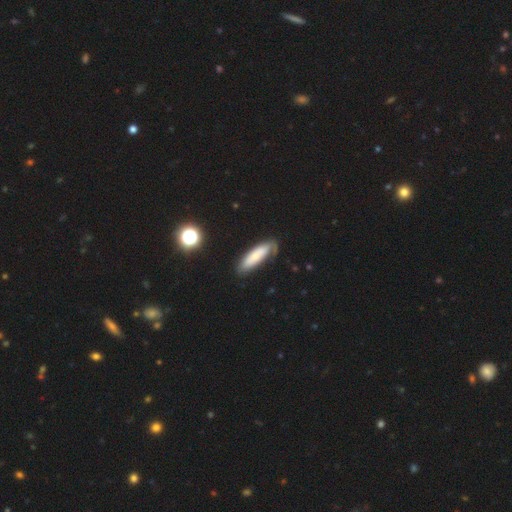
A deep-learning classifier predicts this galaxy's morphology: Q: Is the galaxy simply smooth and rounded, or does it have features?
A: smooth — 65%.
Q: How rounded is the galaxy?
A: cigar-shaped — 54%.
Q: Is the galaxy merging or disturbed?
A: none — 63%.